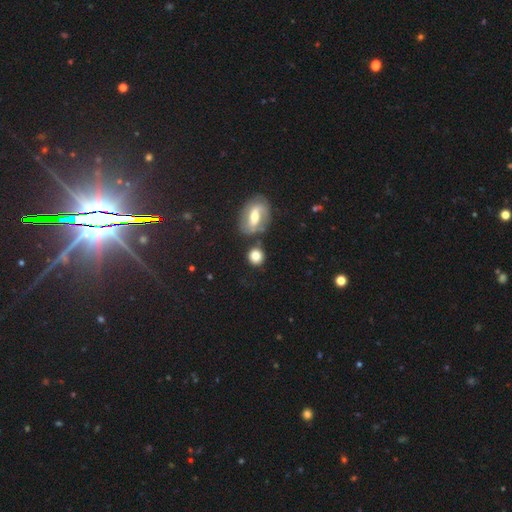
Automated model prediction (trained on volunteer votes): Morphology: type=smooth (78%); roundness=round (85%); merging=none (71%).